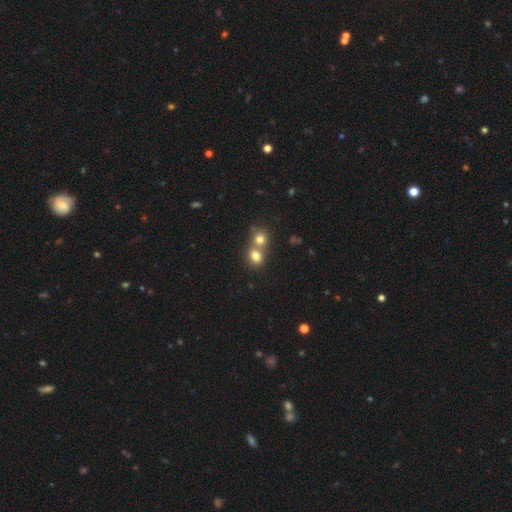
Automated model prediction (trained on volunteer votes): smooth 77%, star or artifact 13%, featured or disk 11%. Down the decision tree: how rounded — round (68%); merging — merger (60%).